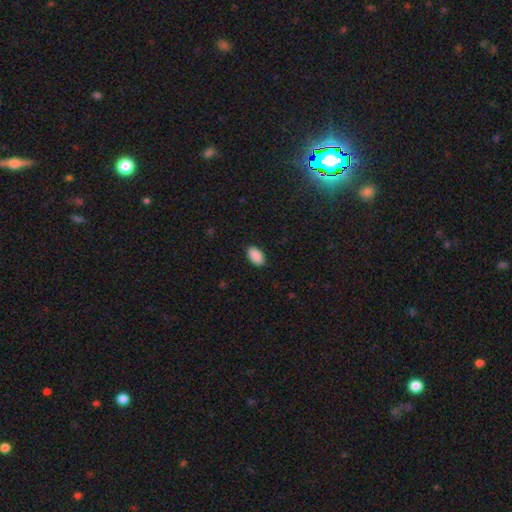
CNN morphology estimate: Smooth or featured: smooth — 91% (star or artifact — 7%)
How rounded: in between — 94% (round — 4%)
Merging: none — 89% (minor disturbance — 8%)